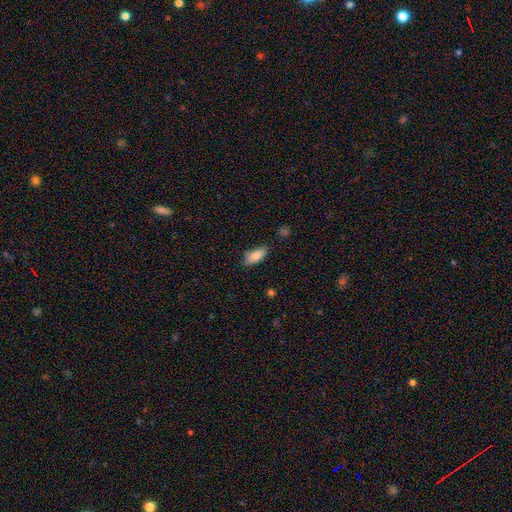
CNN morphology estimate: smooth_or_featured: smooth (p=0.85) [alt: featured or disk p=0.08]
how_rounded: in between (p=0.81) [alt: cigar-shaped p=0.17]
merging: none (p=0.76) [alt: minor disturbance p=0.18]